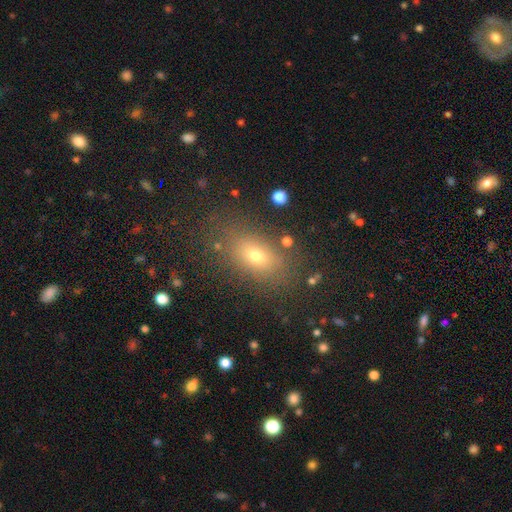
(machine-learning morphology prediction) This is likely a smooth galaxy (68%). How rounded: likely in between (78%). Merging: clearly none (83%).